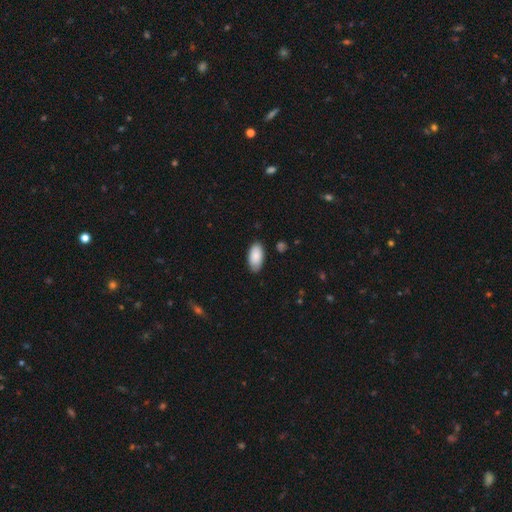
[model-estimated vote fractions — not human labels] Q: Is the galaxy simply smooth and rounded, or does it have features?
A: smooth — 88%.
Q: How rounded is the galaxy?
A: in between — 94%.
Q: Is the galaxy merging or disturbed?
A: none — 83%.